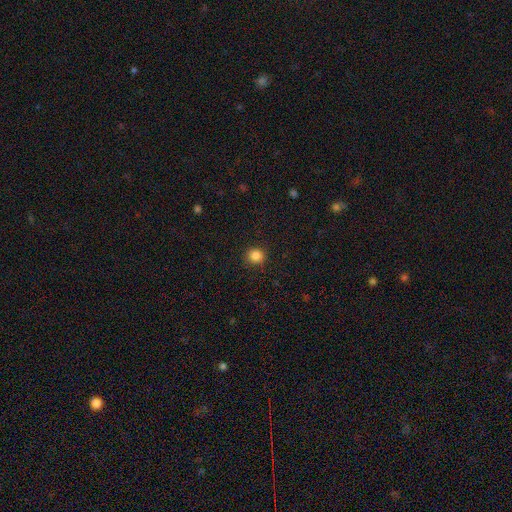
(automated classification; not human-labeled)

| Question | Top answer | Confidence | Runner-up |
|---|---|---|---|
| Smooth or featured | smooth | 85% | star or artifact (11%) |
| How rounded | round | 92% | in between (7%) |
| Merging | none | 90% | minor disturbance (7%) |